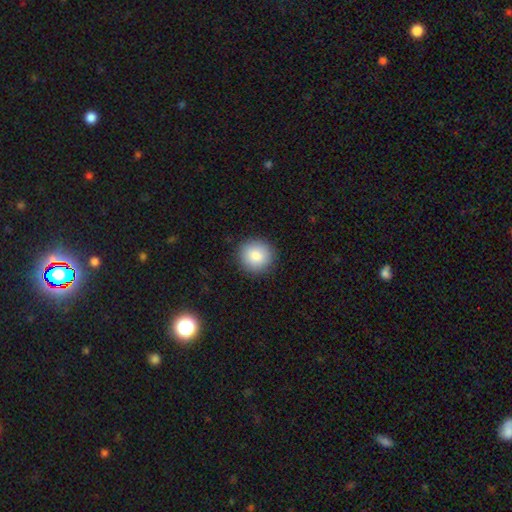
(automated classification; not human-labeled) Overall: smooth (84%). How rounded: round (93%). Merging: none (90%).